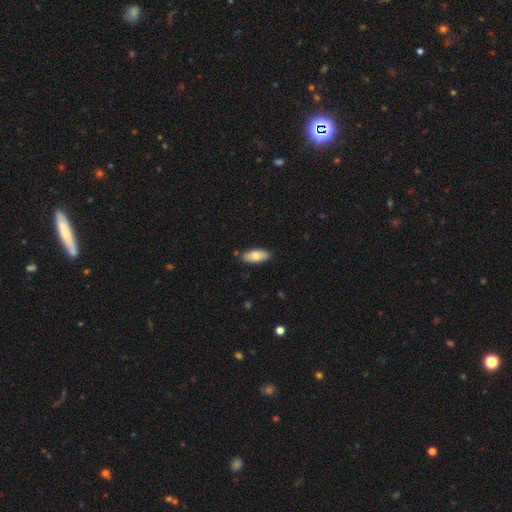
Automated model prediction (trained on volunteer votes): This appears to be a smooth galaxy with no disk features (77%) that is in between round and cigar-shaped (85%). Merging: none (86%).